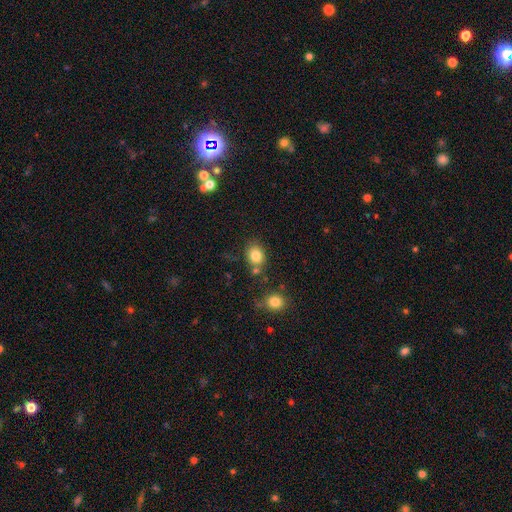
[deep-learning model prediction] This is clearly a smooth galaxy (82%). How rounded: possibly round (53%). Merging: likely none (70%).